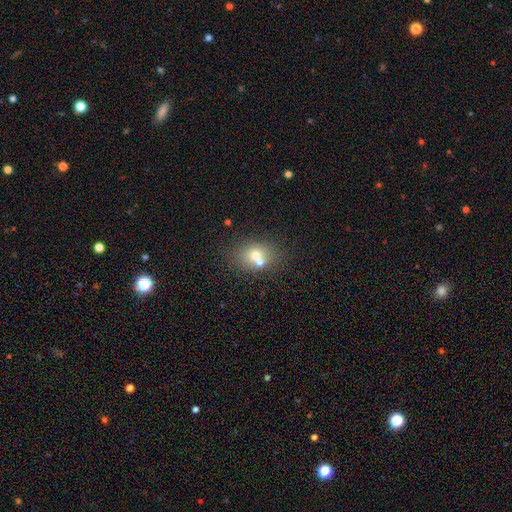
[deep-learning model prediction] A smooth galaxy with no disk features (65%) that is round (54%).

Vote fractions:
- Smooth or featured? smooth: 65% / featured or disk: 21% / star or artifact: 14%
- How rounded? round: 54% / in between: 45% / cigar-shaped: 1%
- Merging? none: 51% / merger: 37% / minor disturbance: 9% / major disturbance: 3%